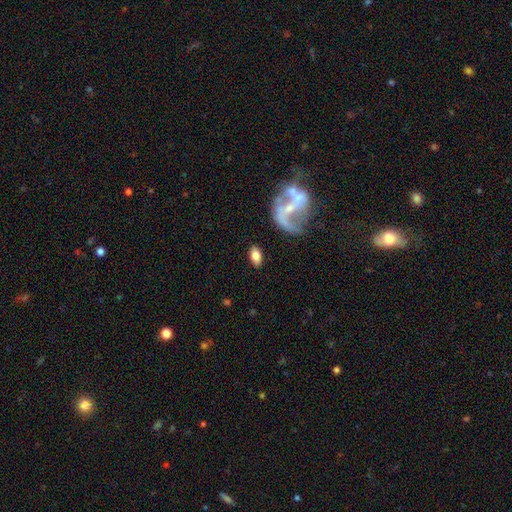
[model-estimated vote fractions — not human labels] This is likely a smooth galaxy (72%). How rounded: clearly in between (90%). Merging: clearly none (82%).